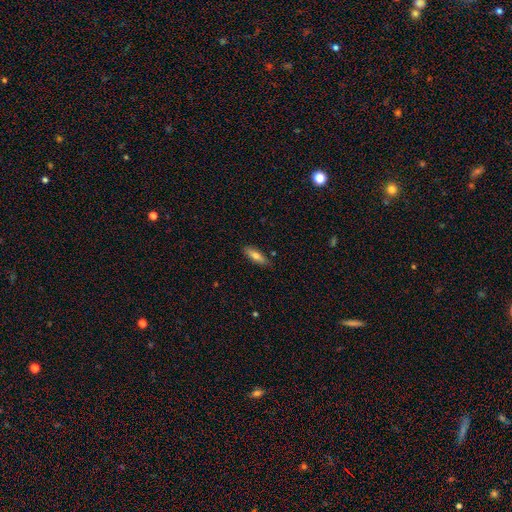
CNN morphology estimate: smooth_or_featured: smooth (p=0.68) [alt: featured or disk p=0.25]
how_rounded: cigar-shaped (p=0.52) [alt: in between p=0.46]
merging: none (p=0.84) [alt: minor disturbance p=0.12]